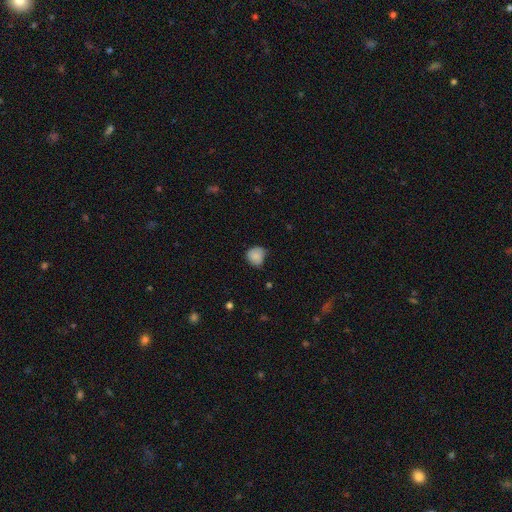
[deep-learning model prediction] Smooth or featured? smooth (85%)
How rounded? round (82%)
Merging? none (60%)